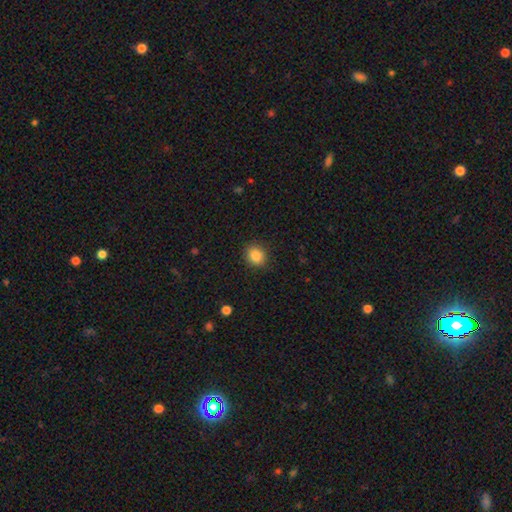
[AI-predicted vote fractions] Morphology: type=smooth (86%); roundness=round (73%); merging=none (89%).